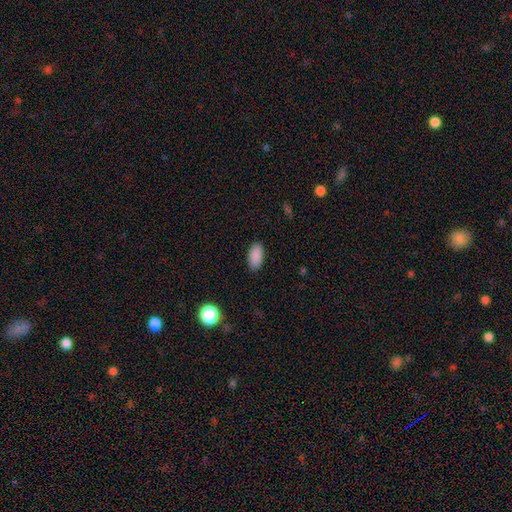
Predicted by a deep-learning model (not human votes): Smooth or featured: smooth — 89% (star or artifact — 8%)
How rounded: in between — 93% (cigar-shaped — 4%)
Merging: none — 88% (minor disturbance — 9%)